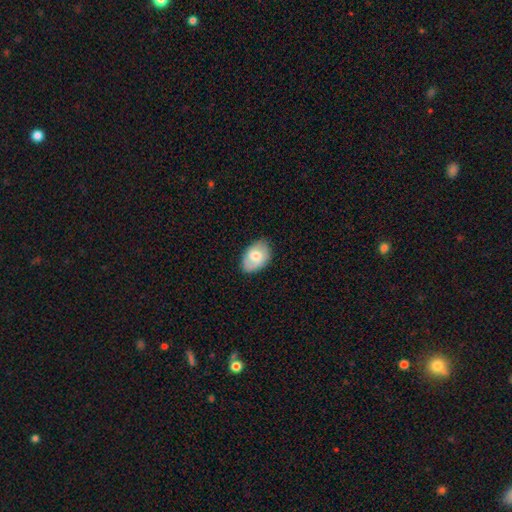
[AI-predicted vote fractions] Smooth or featured? Predicted: smooth (p=0.61). How rounded? Predicted: in between (p=0.84). Merging? Predicted: none (p=0.73).